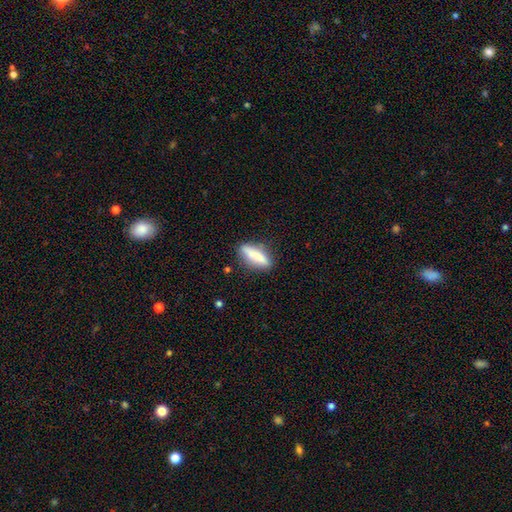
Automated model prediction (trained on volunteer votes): Smooth or featured? smooth (72%)
How rounded? cigar-shaped (60%)
Merging? none (80%)